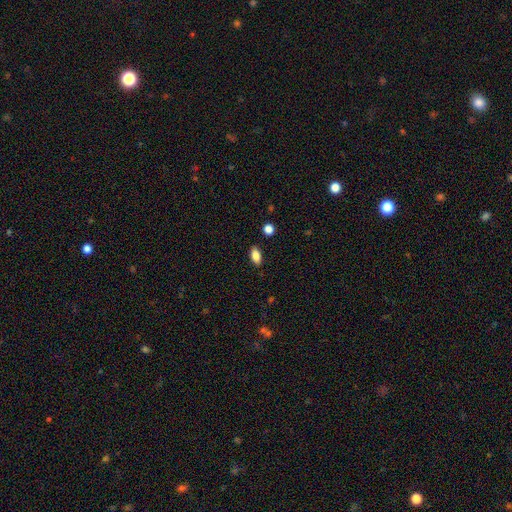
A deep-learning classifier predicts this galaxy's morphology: Q: Smooth or featured?
A: smooth (84%); runner-up: star or artifact (8%)
Q: How rounded?
A: in between (89%); runner-up: cigar-shaped (7%)
Q: Merging?
A: none (86%); runner-up: minor disturbance (10%)